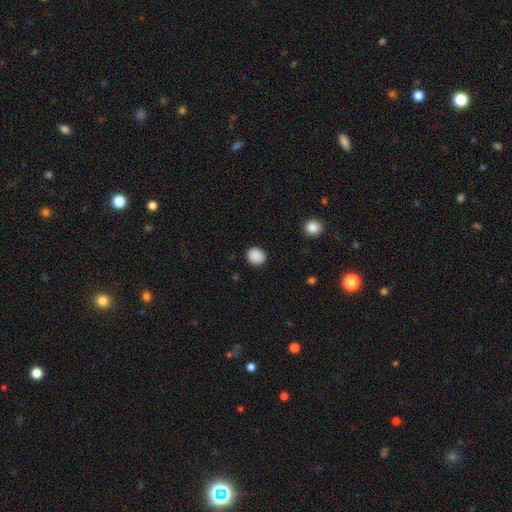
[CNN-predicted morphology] Smooth or featured: smooth — 89% (star or artifact — 9%)
How rounded: round — 74% (in between — 25%)
Merging: none — 89% (minor disturbance — 8%)